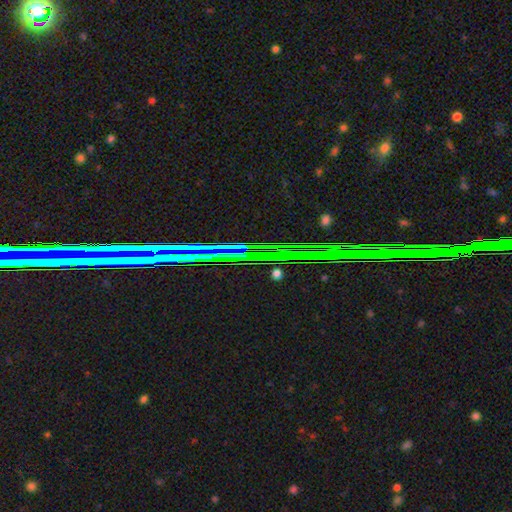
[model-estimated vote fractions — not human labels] Q: Smooth or featured?
A: star or artifact (81%); runner-up: featured or disk (10%)